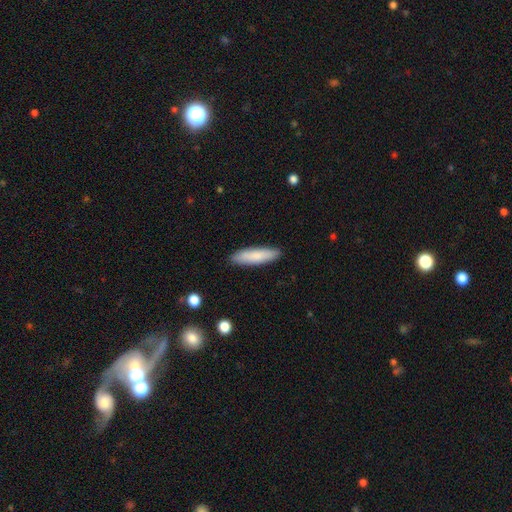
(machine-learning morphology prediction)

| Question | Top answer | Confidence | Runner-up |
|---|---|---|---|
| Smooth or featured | smooth | 83% | featured or disk (11%) |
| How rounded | cigar-shaped | 72% | in between (27%) |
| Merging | none | 90% | minor disturbance (8%) |